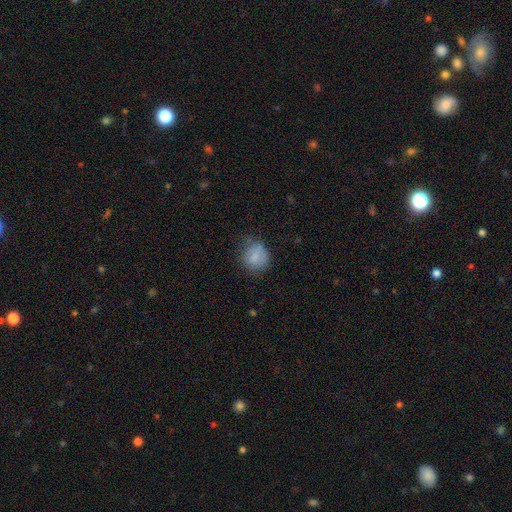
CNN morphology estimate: Q: Smooth or featured?
A: smooth (75%); runner-up: featured or disk (15%)
Q: How rounded?
A: round (74%); runner-up: in between (25%)
Q: Merging?
A: none (62%); runner-up: minor disturbance (26%)